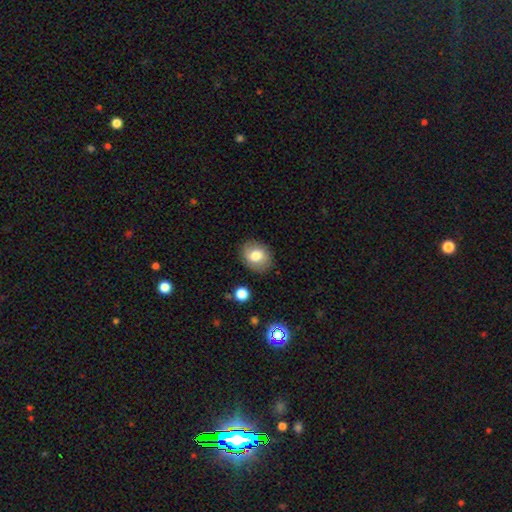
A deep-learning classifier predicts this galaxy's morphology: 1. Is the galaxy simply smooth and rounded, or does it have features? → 74% smooth, 17% featured or disk, 9% star or artifact.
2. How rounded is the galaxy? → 54% round, 45% in between, 1% cigar-shaped.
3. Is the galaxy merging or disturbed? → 85% none, 11% minor disturbance, 3% major disturbance, 1% merger.